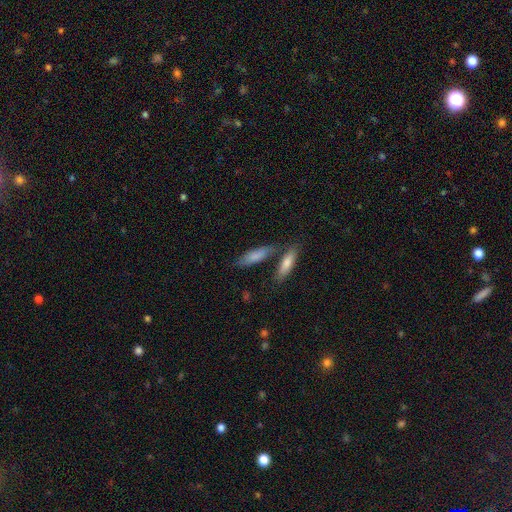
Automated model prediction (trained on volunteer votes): This appears to be a smooth galaxy with no disk features (79%) that is cigar-shaped (51%). Merging: none (59%).